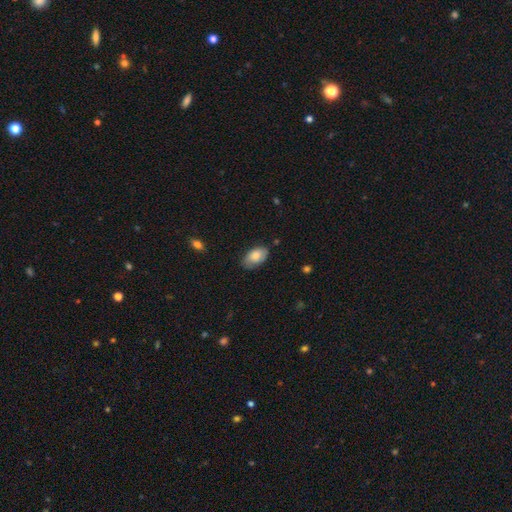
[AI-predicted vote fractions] This appears to be a smooth galaxy with no disk features (79%) that is in between round and cigar-shaped (94%). Merging: none (74%).